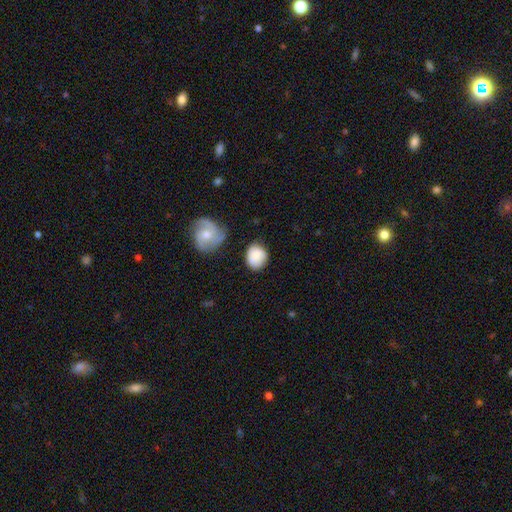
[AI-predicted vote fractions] Smooth or featured? smooth (83%)
How rounded? round (58%)
Merging? none (63%)